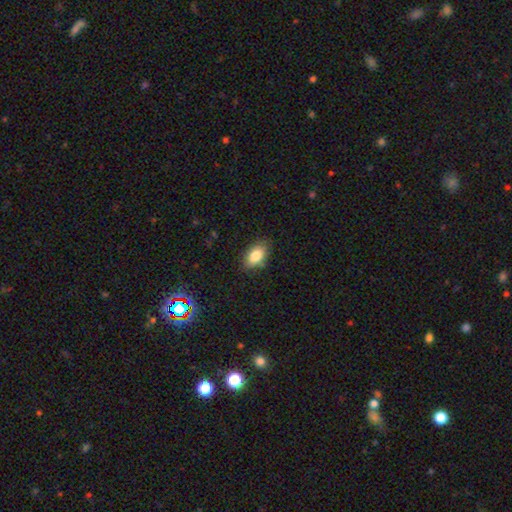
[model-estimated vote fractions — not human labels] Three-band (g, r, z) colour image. It shows a smooth galaxy with no disk features (83%) that is in between round and cigar-shaped (90%). Merging: none (82%).